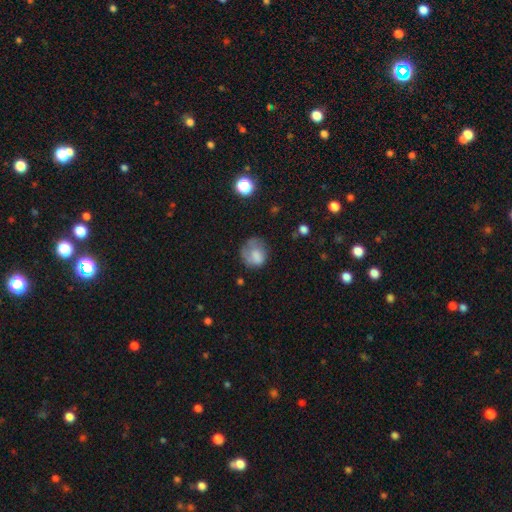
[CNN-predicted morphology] smooth-or-featured: smooth: 70% | featured or disk: 19% | star or artifact: 10%
  how-rounded: round: 68% | in between: 31% | cigar-shaped: 1%
  merging: none: 45% | minor disturbance: 29% | major disturbance: 23% | merger: 3%